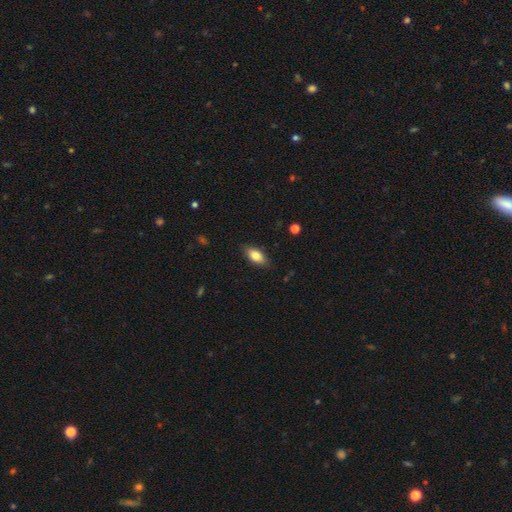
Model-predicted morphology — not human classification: A smooth galaxy with no disk features (79%) that is in between round and cigar-shaped (86%). Merging: none (85%).